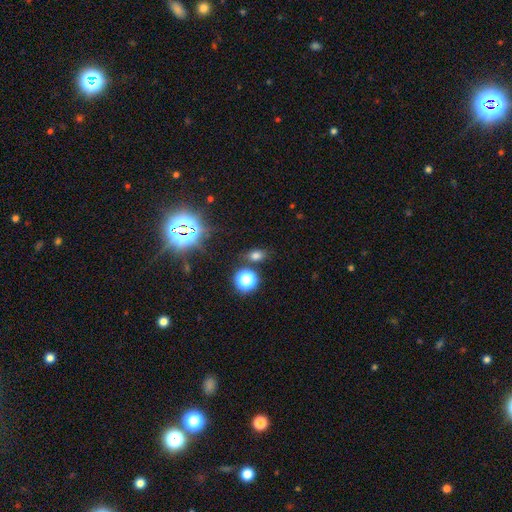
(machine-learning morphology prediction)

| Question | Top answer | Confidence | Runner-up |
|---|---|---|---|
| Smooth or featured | smooth | 65% | star or artifact (29%) |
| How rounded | in between | 66% | round (31%) |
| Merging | none | 80% | minor disturbance (11%) |